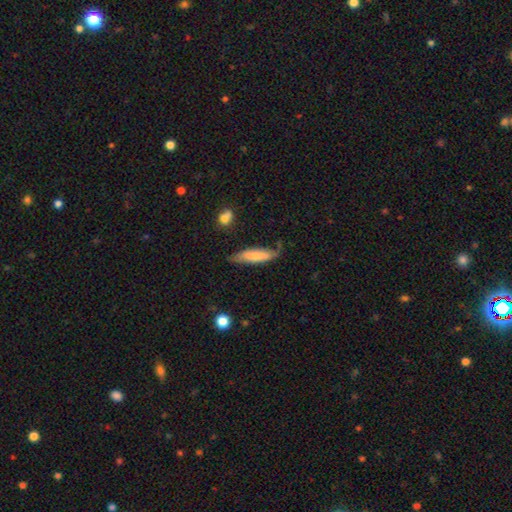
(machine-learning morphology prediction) Smooth or featured? Predicted: smooth (p=0.64). How rounded? Predicted: cigar-shaped (p=0.63). Merging? Predicted: none (p=0.62).